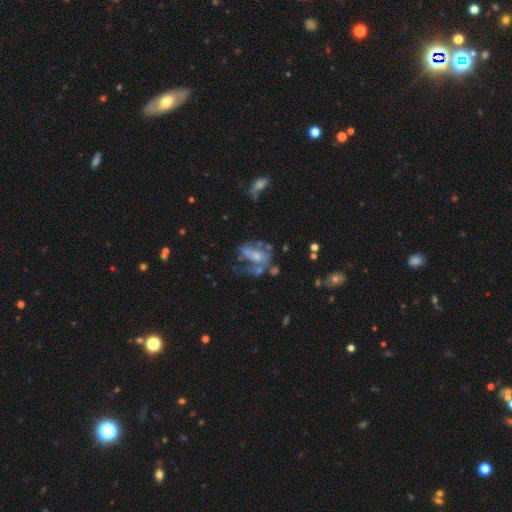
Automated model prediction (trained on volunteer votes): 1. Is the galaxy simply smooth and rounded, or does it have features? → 57% featured or disk, 32% smooth, 11% star or artifact.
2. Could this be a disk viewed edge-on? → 93% no, 7% yes.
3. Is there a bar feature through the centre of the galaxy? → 67% no, 22% weak, 10% strong.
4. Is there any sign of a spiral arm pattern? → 69% no, 31% yes.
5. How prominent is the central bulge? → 41% moderate, 39% small, 12% none, 6% large, 2% dominant.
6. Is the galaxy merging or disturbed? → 36% major disturbance, 26% none, 21% merger, 17% minor disturbance.